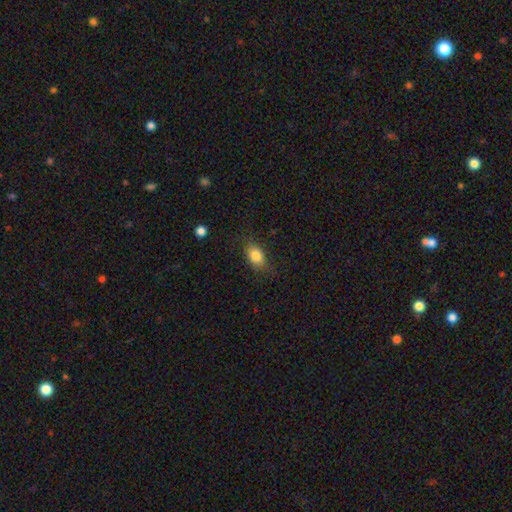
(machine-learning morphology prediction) This appears to be a smooth galaxy with no disk features (82%) that is in between round and cigar-shaped (82%). Merging: none (76%).